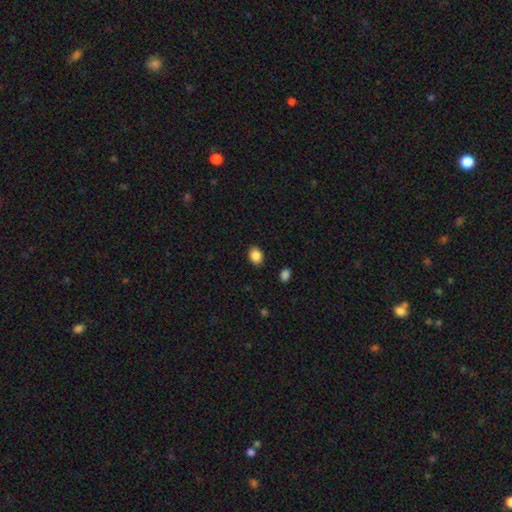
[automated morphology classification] Q: Smooth or featured?
A: smooth (88%); runner-up: star or artifact (8%)
Q: How rounded?
A: in between (66%); runner-up: round (33%)
Q: Merging?
A: none (88%); runner-up: minor disturbance (8%)